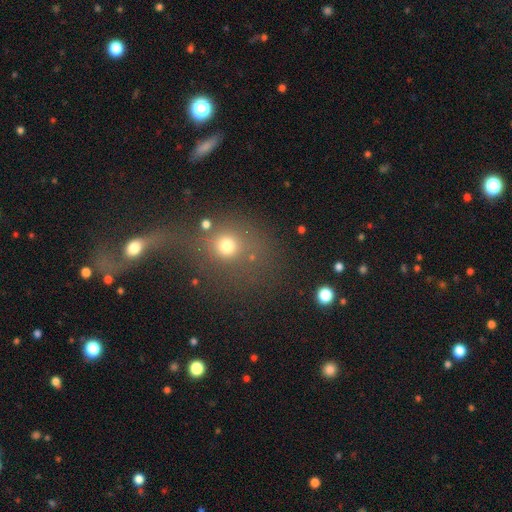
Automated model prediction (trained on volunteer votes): A smooth galaxy with no disk features (51%) that is round (74%).

Vote fractions:
- Smooth or featured? smooth: 51% / star or artifact: 34% / featured or disk: 15%
- How rounded? round: 74% / in between: 24% / cigar-shaped: 2%
- Merging? merger: 49% / none: 31% / major disturbance: 11% / minor disturbance: 9%